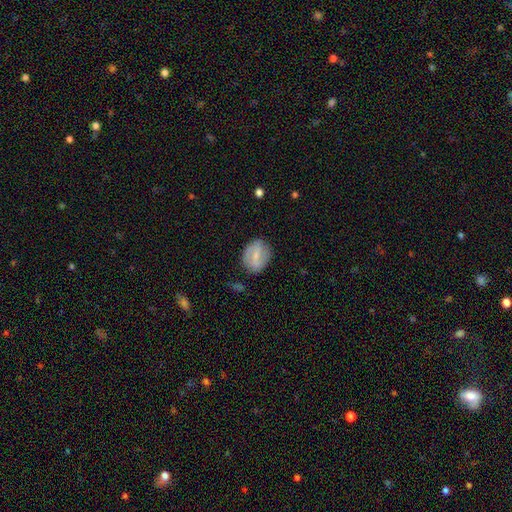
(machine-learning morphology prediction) This appears to be a featured or disk galaxy (54%) with a strong bar (45%), spiral arms (65%) and a small central bulge (56%). Merging: none (77%).